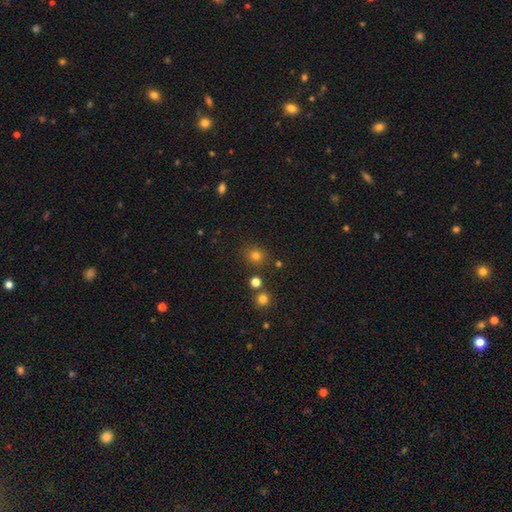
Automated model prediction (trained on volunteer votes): Smooth or featured? smooth (76%)
How rounded? round (82%)
Merging? none (83%)